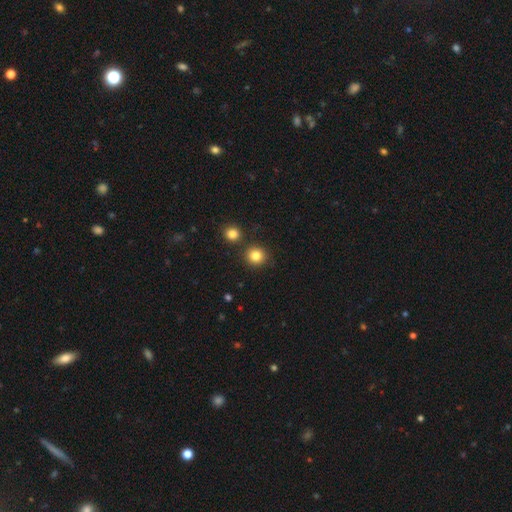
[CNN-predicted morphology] smooth-or-featured: smooth: 83% | star or artifact: 11% | featured or disk: 5%
  how-rounded: round: 91% | in between: 8% | cigar-shaped: 1%
  merging: none: 86% | minor disturbance: 6% | merger: 6% | major disturbance: 2%